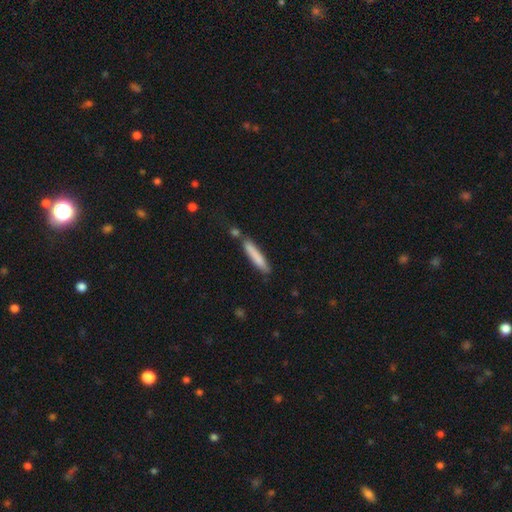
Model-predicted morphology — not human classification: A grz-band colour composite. It shows a smooth galaxy with no disk features (78%) that is cigar-shaped (92%). Merging: none (73%).